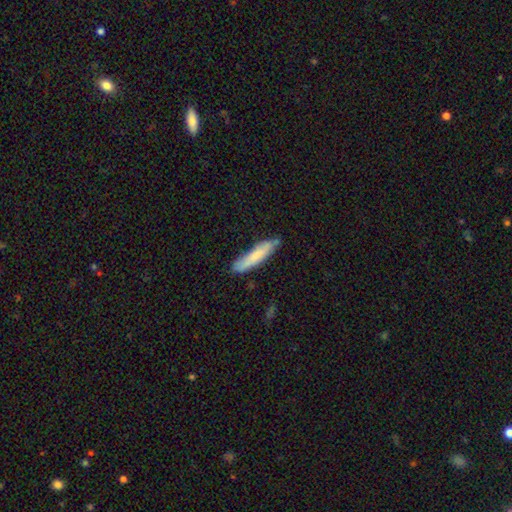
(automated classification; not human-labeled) smooth-or-featured: smooth: 70% | featured or disk: 25% | star or artifact: 6%
  how-rounded: cigar-shaped: 84% | in between: 15% | round: 1%
  merging: none: 74% | minor disturbance: 20% | merger: 3% | major disturbance: 3%